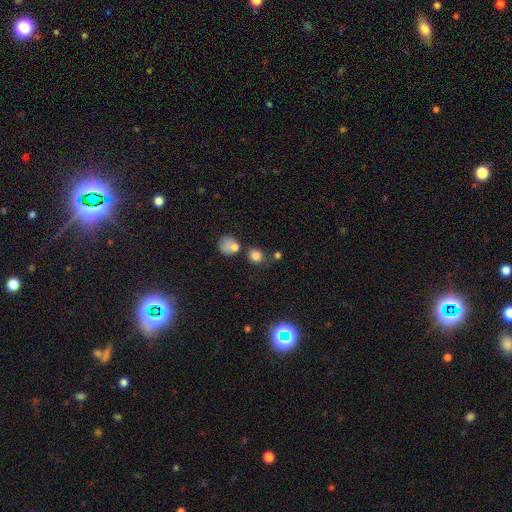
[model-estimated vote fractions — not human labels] Smooth or featured? Predicted: smooth (p=0.79). How rounded? Predicted: round (p=0.78). Merging? Predicted: none (p=0.65).